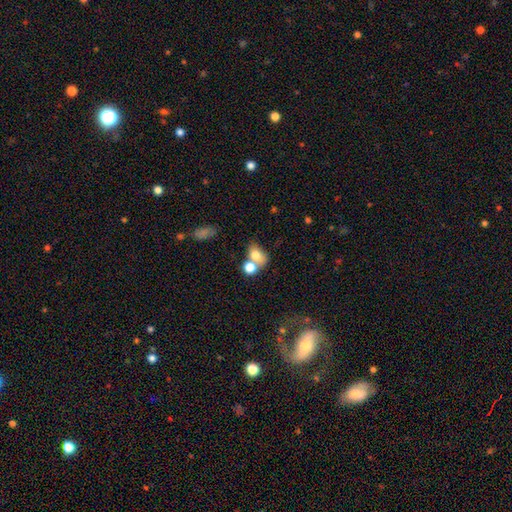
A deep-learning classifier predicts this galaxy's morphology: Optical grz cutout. It shows a smooth galaxy with no disk features (74%) that is in between round and cigar-shaped (68%). Merging: merger (51%).